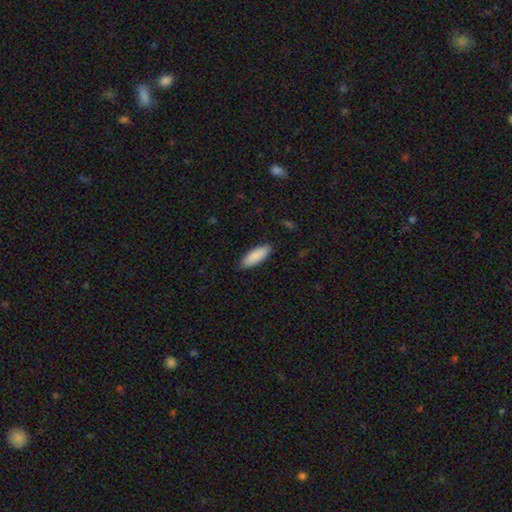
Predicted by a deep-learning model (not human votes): smooth 90%, star or artifact 5%, featured or disk 5%. Down the decision tree: how rounded — in between (70%); merging — none (88%).